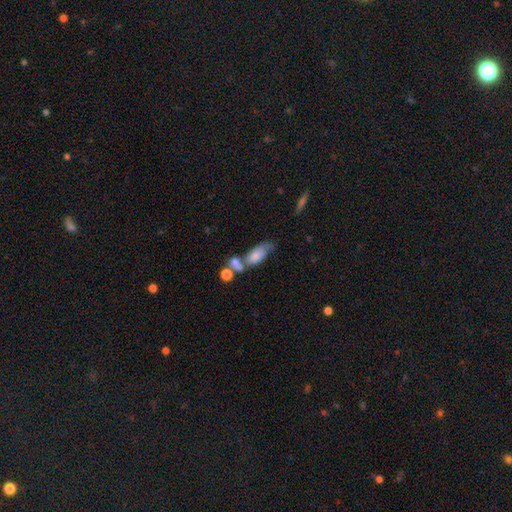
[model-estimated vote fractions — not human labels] This is marginally a smooth galaxy (45%). Merging: marginally none (35%).